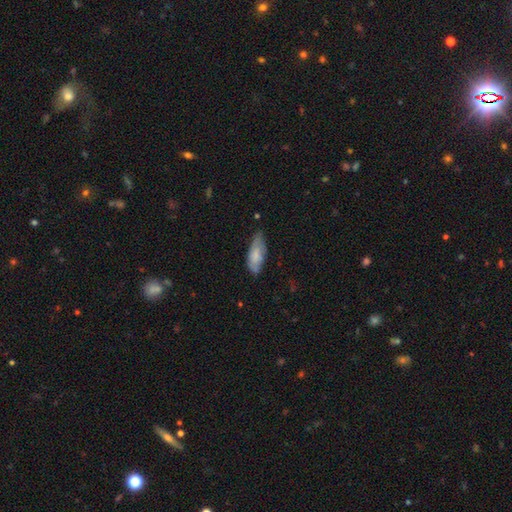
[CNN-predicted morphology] Smooth or featured? smooth (73%)
How rounded? in between (78%)
Merging? none (53%)